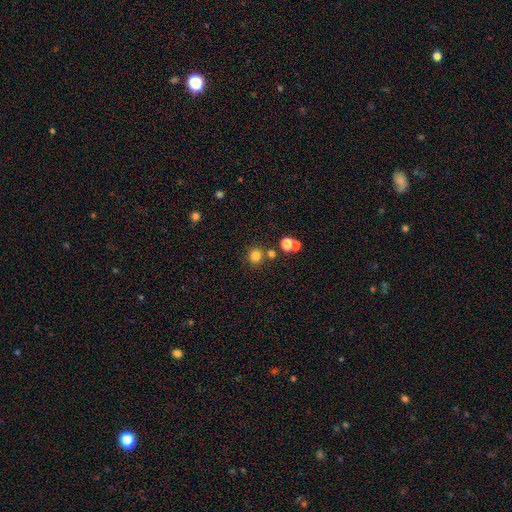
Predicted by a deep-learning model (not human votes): The model was most divided on "merging": none: 75%, merger: 14%, minor disturbance: 8%, major disturbance: 3%. More confident: how rounded — round (90%); smooth or featured — smooth (78%).